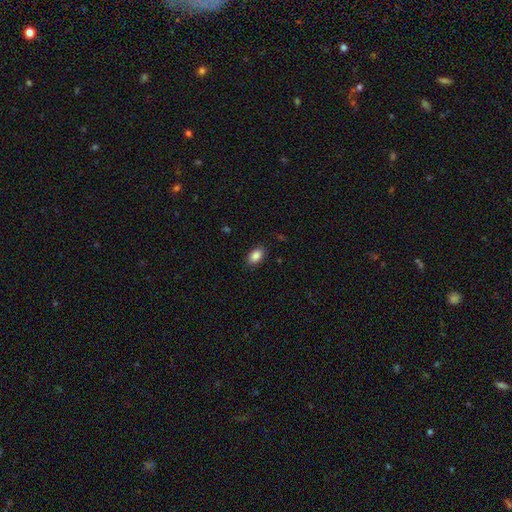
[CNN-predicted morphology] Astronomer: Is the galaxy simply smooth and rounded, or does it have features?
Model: smooth — 88%.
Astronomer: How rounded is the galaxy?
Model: in between — 90%.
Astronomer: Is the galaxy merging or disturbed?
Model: none — 88%.